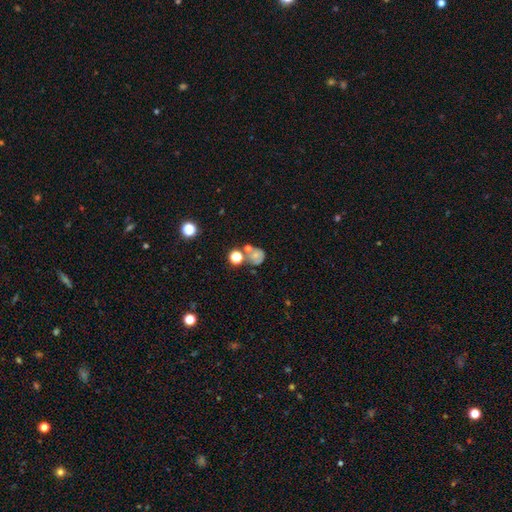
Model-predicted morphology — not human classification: smooth-or-featured: smooth: 57% | featured or disk: 24% | star or artifact: 19%
  how-rounded: round: 71% | in between: 28% | cigar-shaped: 1%
  merging: none: 46% | merger: 27% | minor disturbance: 17% | major disturbance: 10%